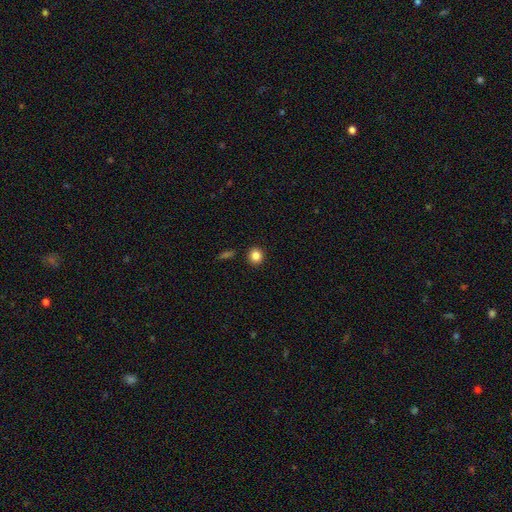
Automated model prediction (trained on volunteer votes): This is clearly a smooth galaxy (85%). How rounded: clearly round (89%). Merging: clearly none (91%).